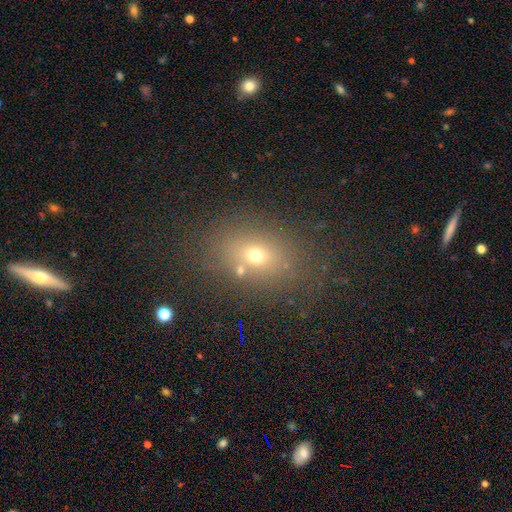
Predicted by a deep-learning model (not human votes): This is likely a smooth galaxy (62%). How rounded: likely in between (66%). Merging: likely none (74%).